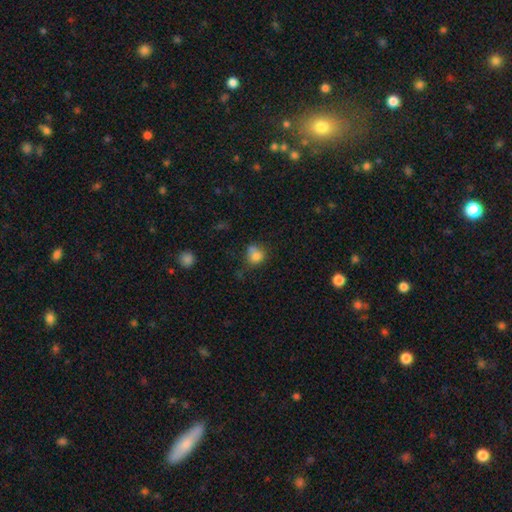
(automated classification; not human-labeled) This is likely a smooth galaxy (78%). How rounded: likely round (77%). Merging: possibly none (51%).